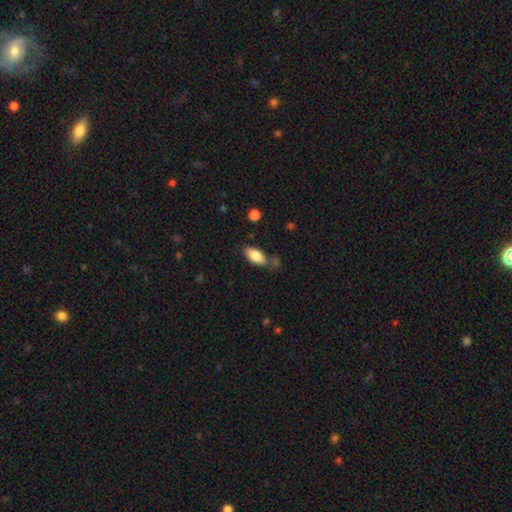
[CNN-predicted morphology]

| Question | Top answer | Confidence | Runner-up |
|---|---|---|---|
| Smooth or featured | smooth | 83% | featured or disk (10%) |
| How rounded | in between | 90% | cigar-shaped (8%) |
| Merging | none | 66% | minor disturbance (19%) |